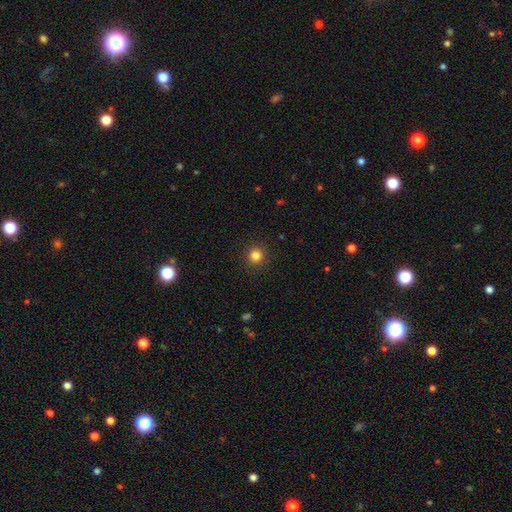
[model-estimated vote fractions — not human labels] smooth_or_featured: smooth (p=0.83) [alt: star or artifact p=0.13]
how_rounded: round (p=0.95) [alt: in between p=0.04]
merging: none (p=0.92) [alt: minor disturbance p=0.05]